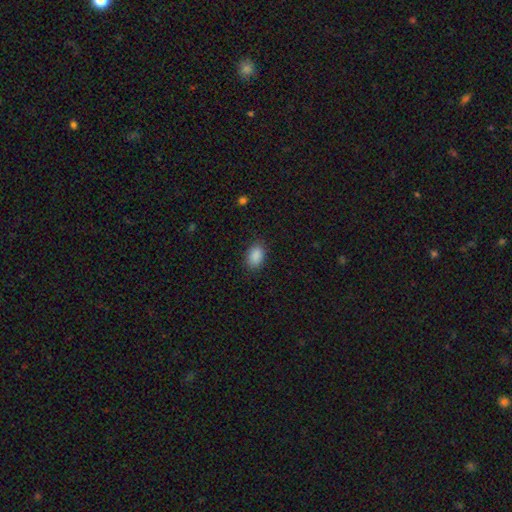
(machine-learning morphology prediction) A smooth galaxy with no disk features (89%) that is in between round and cigar-shaped (86%).

Vote fractions:
- Smooth or featured? smooth: 89% / star or artifact: 8% / featured or disk: 3%
- How rounded? in between: 86% / round: 13% / cigar-shaped: 1%
- Merging? none: 85% / minor disturbance: 11% / major disturbance: 3% / merger: 1%